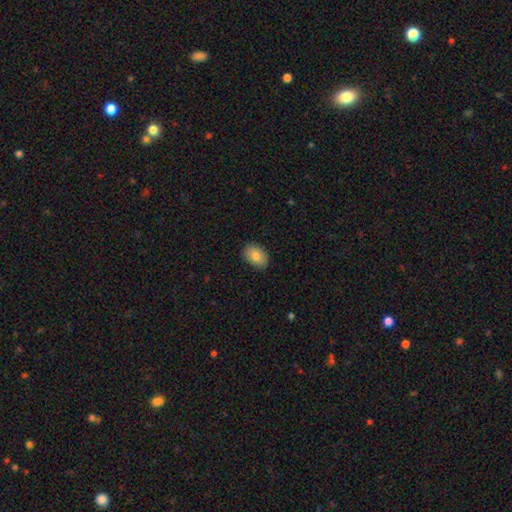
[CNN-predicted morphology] Q: Smooth or featured?
A: smooth (84%); runner-up: featured or disk (9%)
Q: How rounded?
A: in between (81%); runner-up: round (18%)
Q: Merging?
A: none (87%); runner-up: minor disturbance (10%)